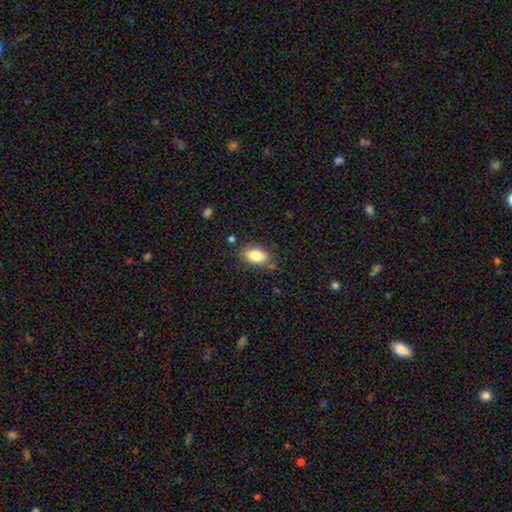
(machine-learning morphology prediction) smooth-or-featured: smooth: 82% | featured or disk: 10% | star or artifact: 8%
  how-rounded: in between: 89% | round: 9% | cigar-shaped: 2%
  merging: none: 77% | minor disturbance: 15% | merger: 4% | major disturbance: 4%